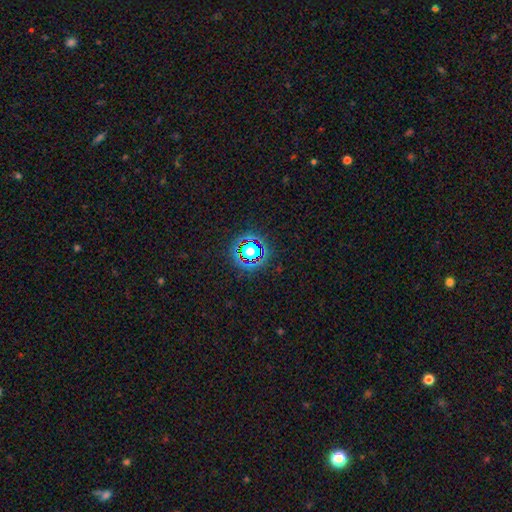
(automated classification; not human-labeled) The model was most divided on "smooth or featured": star or artifact: 66%, smooth: 24%, featured or disk: 11%.